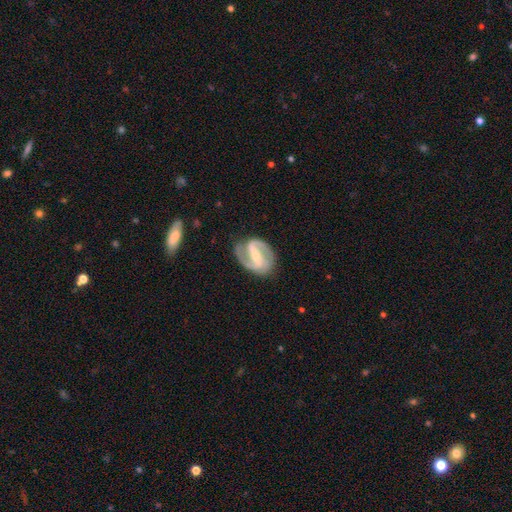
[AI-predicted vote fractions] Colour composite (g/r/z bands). It shows a featured or disk galaxy (90%) with a strong bar (65%), 2 (92%) medium (53%) spiral arms (96%) and a small central bulge (55%). Merging: none (80%).